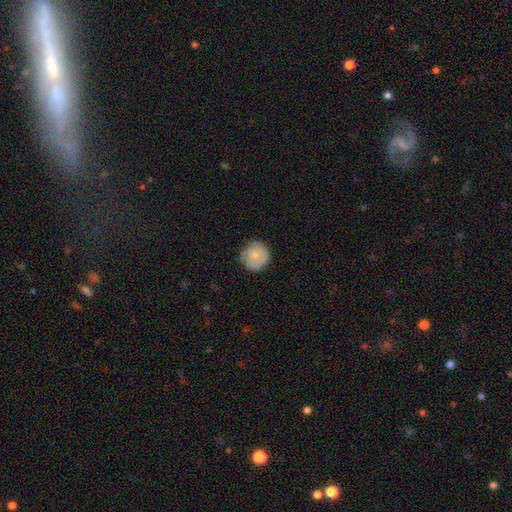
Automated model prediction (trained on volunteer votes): A smooth galaxy with no disk features (73%) that is round (91%).

Vote fractions:
- Smooth or featured? smooth: 73% / featured or disk: 20% / star or artifact: 7%
- How rounded? round: 91% / in between: 8% / cigar-shaped: 1%
- Merging? none: 74% / minor disturbance: 20% / major disturbance: 4% / merger: 1%